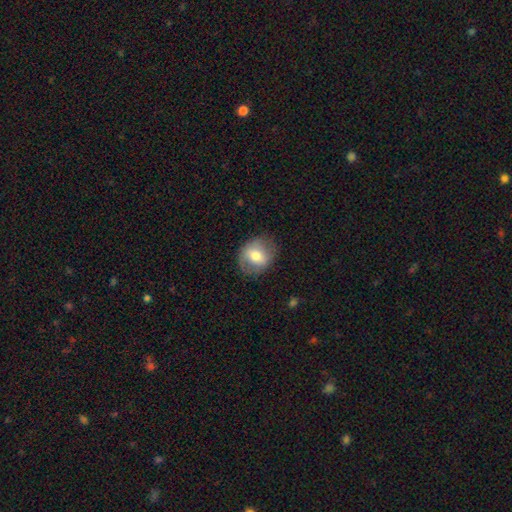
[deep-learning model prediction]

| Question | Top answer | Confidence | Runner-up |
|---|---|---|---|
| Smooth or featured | smooth | 59% | featured or disk (33%) |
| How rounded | round | 60% | in between (38%) |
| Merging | none | 77% | minor disturbance (16%) |